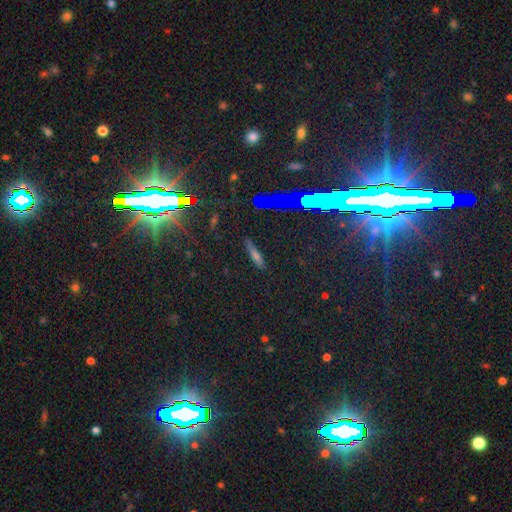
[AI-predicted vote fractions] A star or artifact, not a galaxy (37%).